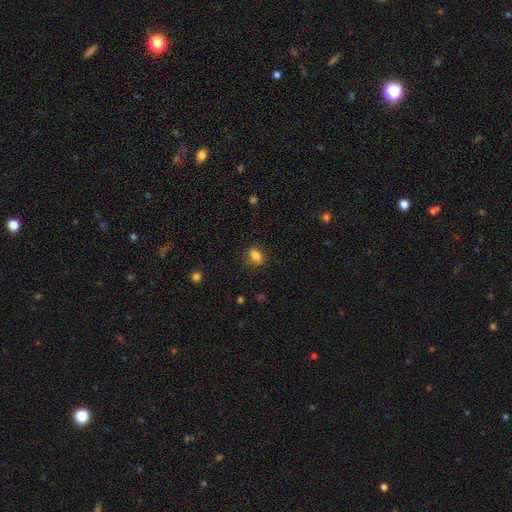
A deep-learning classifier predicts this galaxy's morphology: The model was most divided on "how rounded": in between: 80%, round: 15%, cigar-shaped: 6%. More confident: smooth or featured — smooth (83%); merging — none (81%).